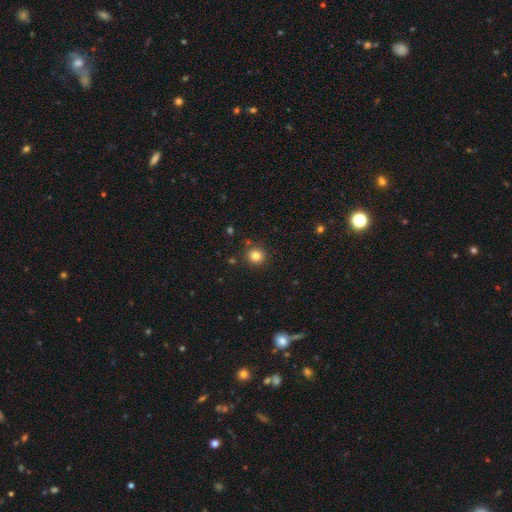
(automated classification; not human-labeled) A smooth galaxy with no disk features (81%) that is round (93%). Merging: none (87%).